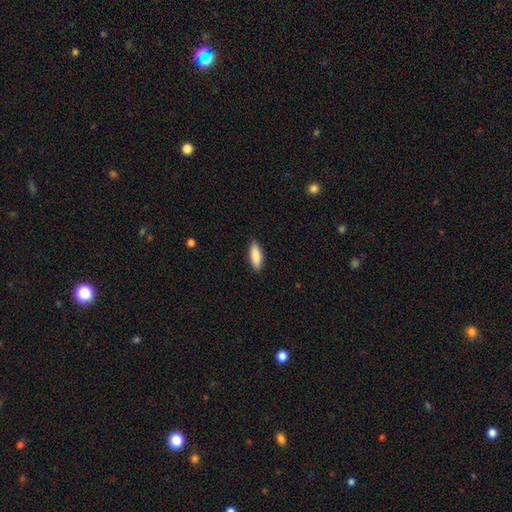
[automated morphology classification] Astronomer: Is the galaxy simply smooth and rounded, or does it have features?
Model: smooth — 88%.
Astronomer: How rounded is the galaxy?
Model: in between — 69%.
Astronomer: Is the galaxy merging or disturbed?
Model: none — 89%.